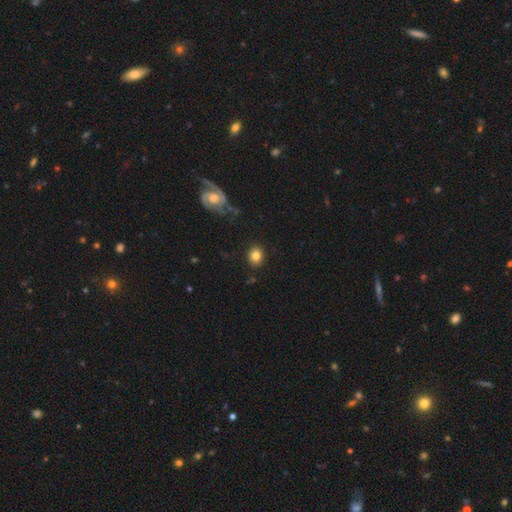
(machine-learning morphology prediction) smooth-or-featured: smooth: 82% | star or artifact: 9% | featured or disk: 9%
  how-rounded: round: 61% | in between: 38% | cigar-shaped: 1%
  merging: none: 87% | minor disturbance: 9% | major disturbance: 3% | merger: 2%